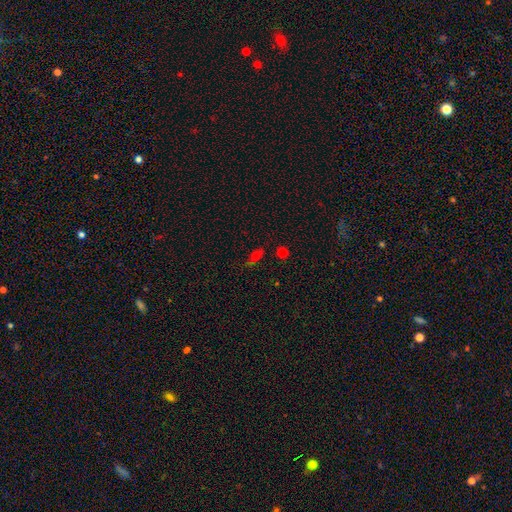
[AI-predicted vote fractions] This appears to be a smooth galaxy with no disk features (56%) that is in between round and cigar-shaped (61%). Merging: none (62%).